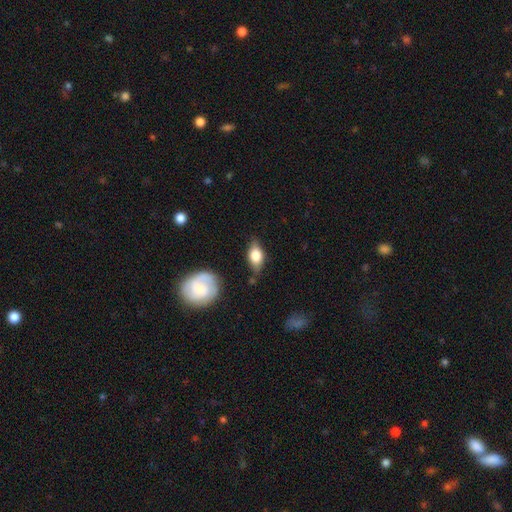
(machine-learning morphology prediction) A smooth galaxy with no disk features (65%) that is in between round and cigar-shaped (84%).

Vote fractions:
- Smooth or featured? smooth: 65% / featured or disk: 28% / star or artifact: 7%
- How rounded? in between: 84% / round: 9% / cigar-shaped: 7%
- Merging? none: 67% / minor disturbance: 24% / major disturbance: 5% / merger: 4%